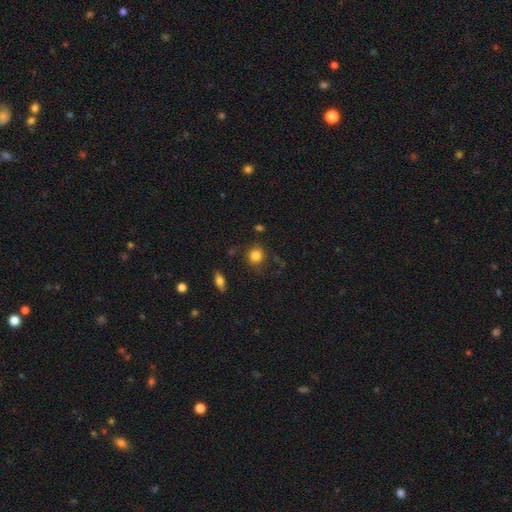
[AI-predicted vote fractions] Smooth or featured?
  - smooth: 83% *
  - star or artifact: 10%
  - featured or disk: 7%
How rounded?
  - round: 83% *
  - in between: 16%
  - cigar-shaped: 1%
Merging?
  - none: 80% *
  - minor disturbance: 13%
  - major disturbance: 4%
  - merger: 3%